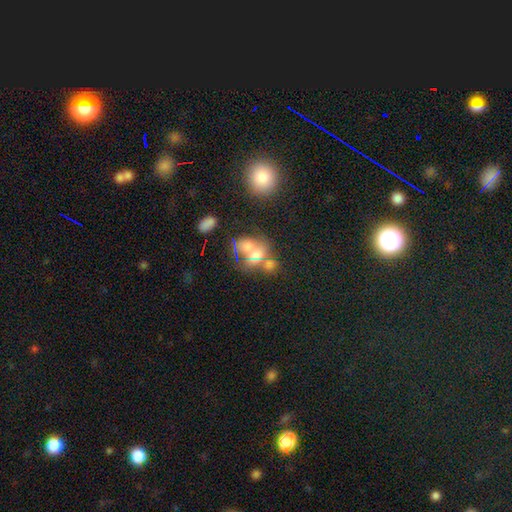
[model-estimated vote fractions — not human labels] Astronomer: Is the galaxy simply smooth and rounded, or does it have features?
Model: smooth — 55%.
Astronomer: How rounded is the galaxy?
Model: in between — 56% (runner-up: round, 42%).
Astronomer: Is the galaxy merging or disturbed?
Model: merger — 57%.